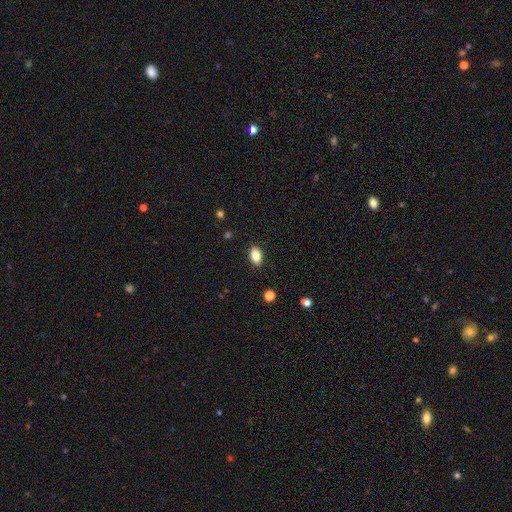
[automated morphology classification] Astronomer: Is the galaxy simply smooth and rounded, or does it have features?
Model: smooth — 83%.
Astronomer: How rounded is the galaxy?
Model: in between — 89%.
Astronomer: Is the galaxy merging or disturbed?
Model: none — 88%.